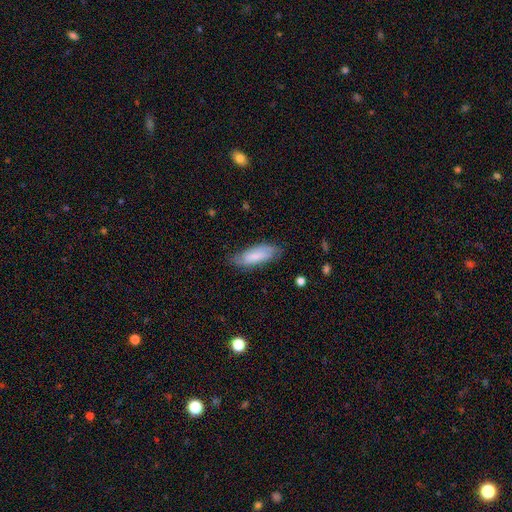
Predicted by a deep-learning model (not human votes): Morphology: type=smooth (75%); roundness=in between (73%); merging=none (69%).